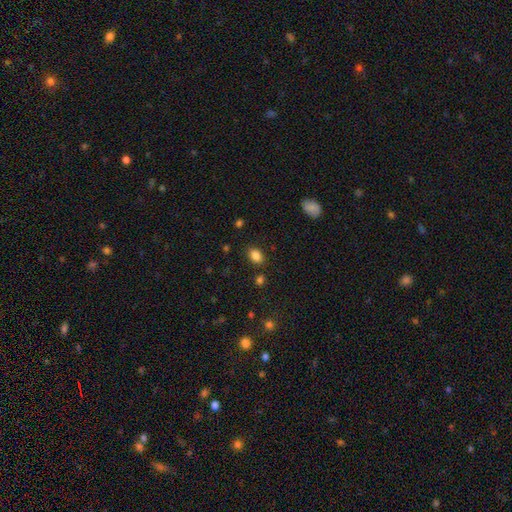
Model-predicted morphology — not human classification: Smooth or featured? Predicted: smooth (p=0.85). How rounded? Predicted: in between (p=0.81). Merging? Predicted: none (p=0.83).